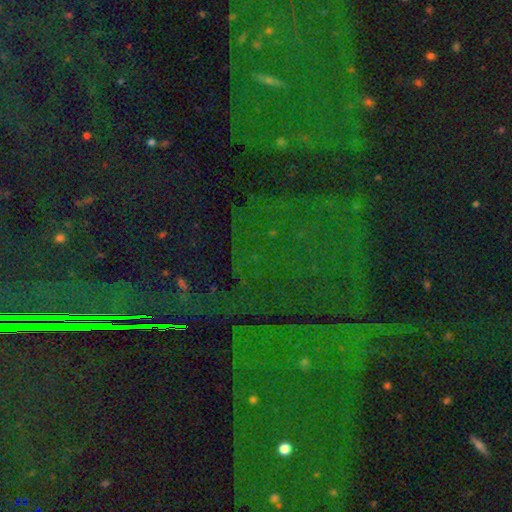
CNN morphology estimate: This appears to be a star or artifact, not a galaxy (85%).